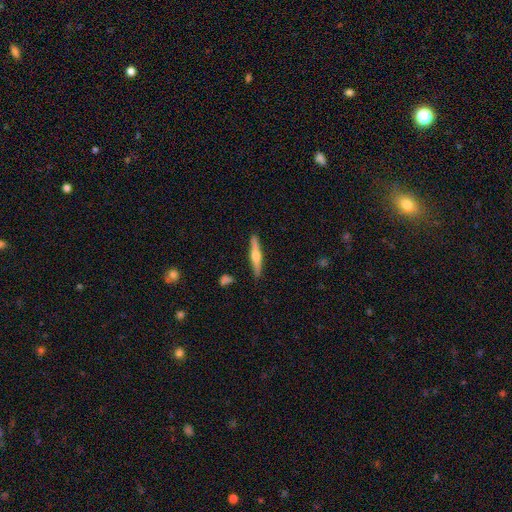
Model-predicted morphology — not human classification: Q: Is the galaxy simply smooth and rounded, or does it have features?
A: featured or disk — 59%.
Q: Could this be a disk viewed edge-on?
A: yes — 97%.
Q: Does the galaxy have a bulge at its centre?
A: rounded — 86%.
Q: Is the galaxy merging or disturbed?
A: none — 87%.